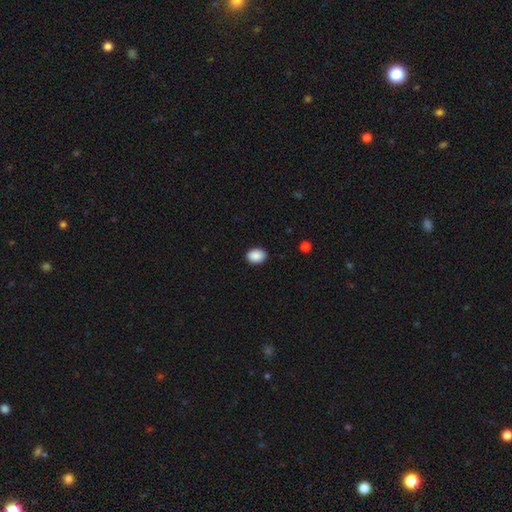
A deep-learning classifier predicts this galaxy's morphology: Overall: smooth (89%). How rounded: in between (69%; round 30%). Merging: none (89%).